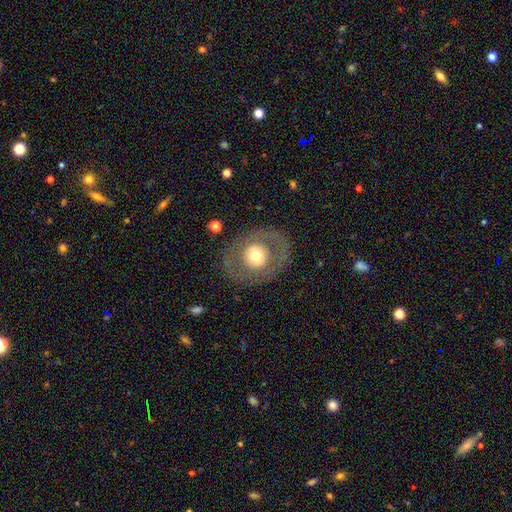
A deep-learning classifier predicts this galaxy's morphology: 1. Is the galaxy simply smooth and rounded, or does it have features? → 47% featured or disk, 46% smooth, 7% star or artifact.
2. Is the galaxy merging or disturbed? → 81% none, 10% minor disturbance, 8% major disturbance, 1% merger.